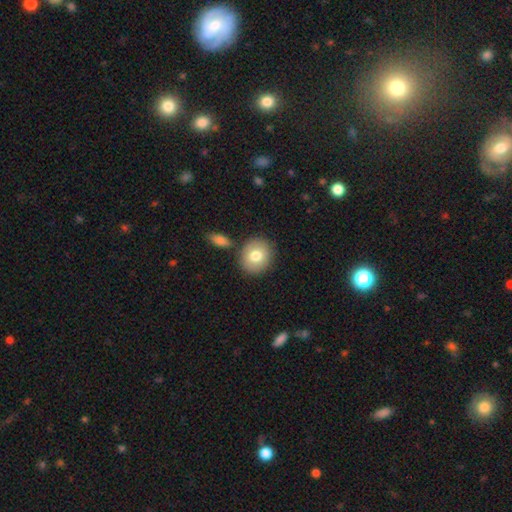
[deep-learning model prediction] Q: Smooth or featured?
A: smooth (77%); runner-up: featured or disk (15%)
Q: How rounded?
A: round (74%); runner-up: in between (25%)
Q: Merging?
A: none (78%); runner-up: minor disturbance (10%)